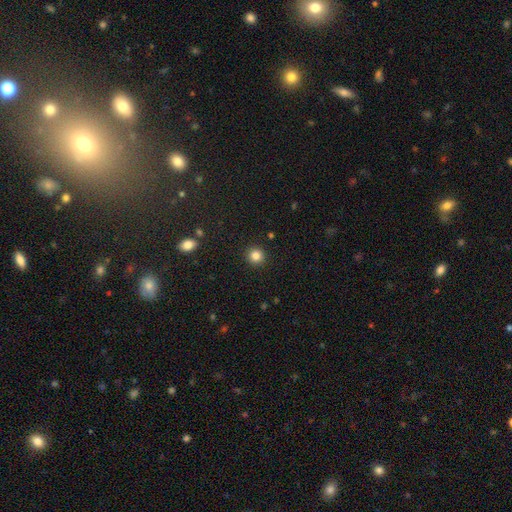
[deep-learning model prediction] Smooth or featured: smooth — 84% (star or artifact — 11%)
How rounded: round — 94% (in between — 5%)
Merging: none — 93% (minor disturbance — 5%)